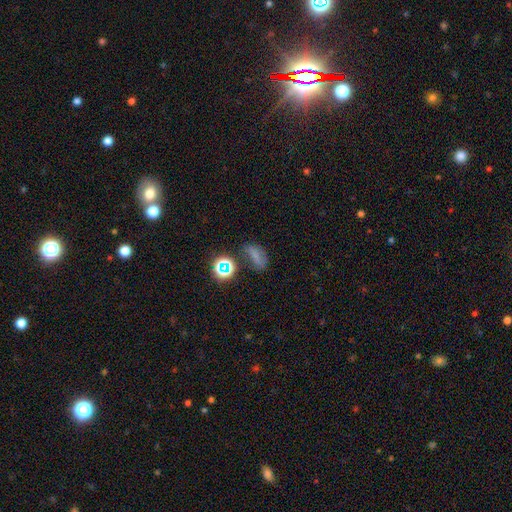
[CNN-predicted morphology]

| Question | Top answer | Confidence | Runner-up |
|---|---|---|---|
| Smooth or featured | smooth | 56% | star or artifact (27%) |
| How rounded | in between | 72% | round (19%) |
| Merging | none | 51% | minor disturbance (23%) |